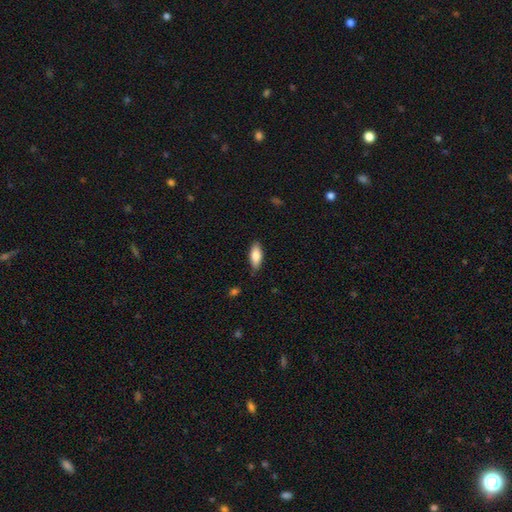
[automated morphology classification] smooth 81%, featured or disk 13%, star or artifact 6%. Down the decision tree: how rounded — in between (82%); merging — none (83%).